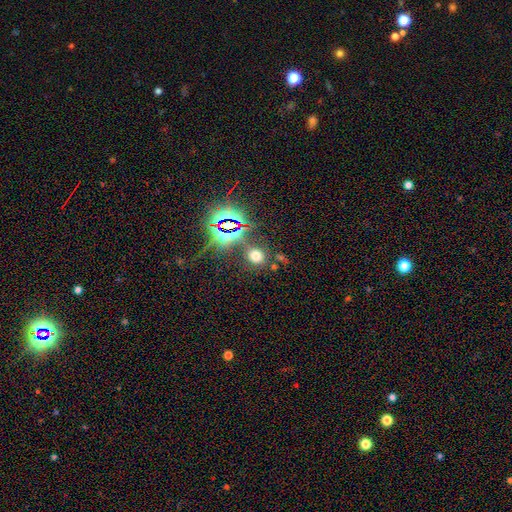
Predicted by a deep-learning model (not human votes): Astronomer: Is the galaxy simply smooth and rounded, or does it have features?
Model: smooth — 58% (runner-up: star or artifact, 34%).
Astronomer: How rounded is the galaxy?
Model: round — 77%.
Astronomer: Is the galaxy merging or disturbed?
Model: none — 77%.